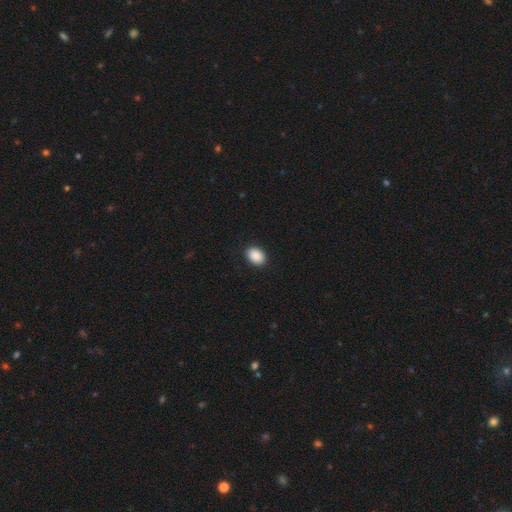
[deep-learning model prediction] Smooth or featured? smooth (90%)
How rounded? in between (74%)
Merging? none (90%)